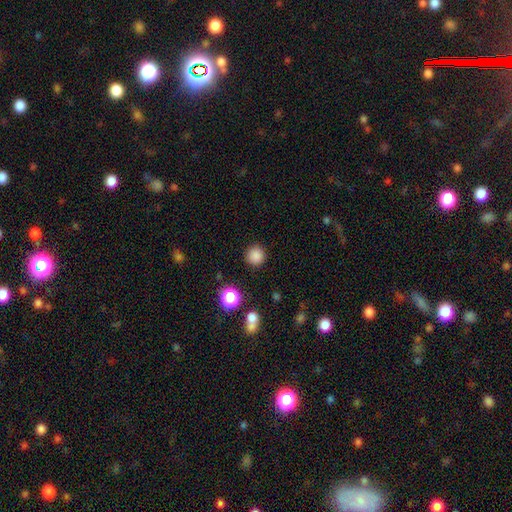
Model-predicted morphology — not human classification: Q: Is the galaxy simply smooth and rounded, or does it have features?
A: smooth — 84%.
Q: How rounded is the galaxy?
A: round — 94%.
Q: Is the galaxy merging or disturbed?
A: none — 89%.